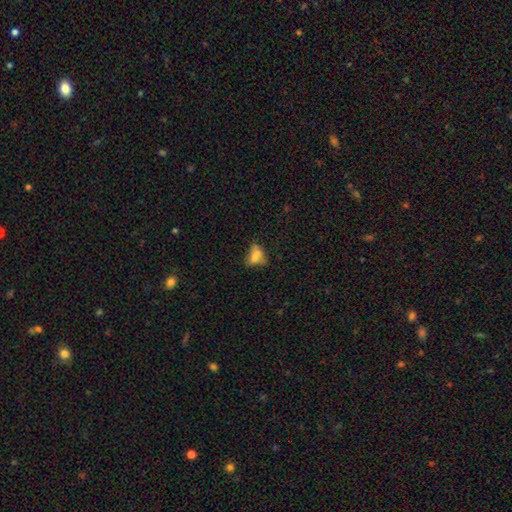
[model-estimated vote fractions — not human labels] This is likely a smooth galaxy (66%). How rounded: likely in between (77%). Merging: marginally none (36%).